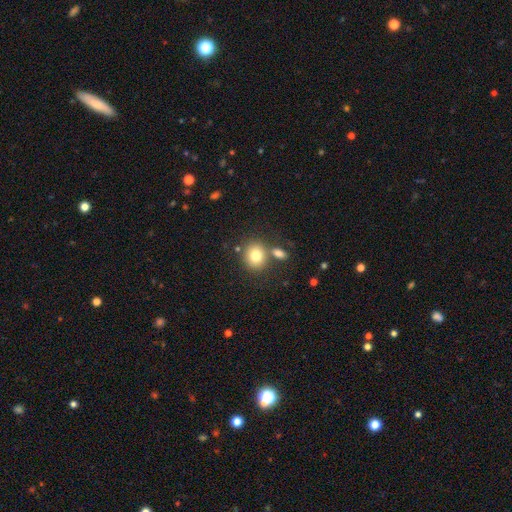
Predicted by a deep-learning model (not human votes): Smooth or featured? Predicted: smooth (p=0.79). How rounded? Predicted: round (p=0.74). Merging? Predicted: none (p=0.66).